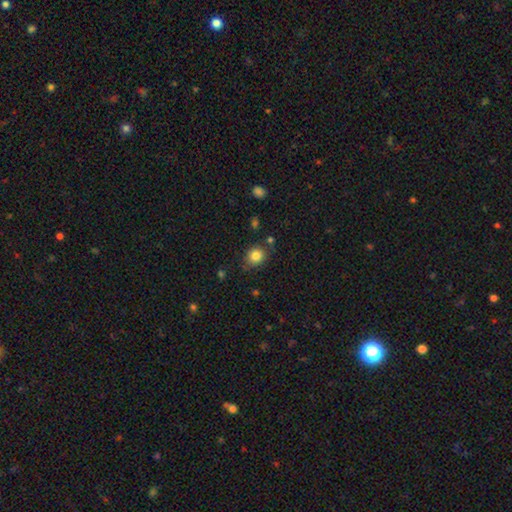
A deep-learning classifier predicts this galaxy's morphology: smooth_or_featured: smooth (p=0.84) [alt: star or artifact p=0.11]
how_rounded: round (p=0.74) [alt: in between p=0.26]
merging: none (p=0.78) [alt: minor disturbance p=0.14]